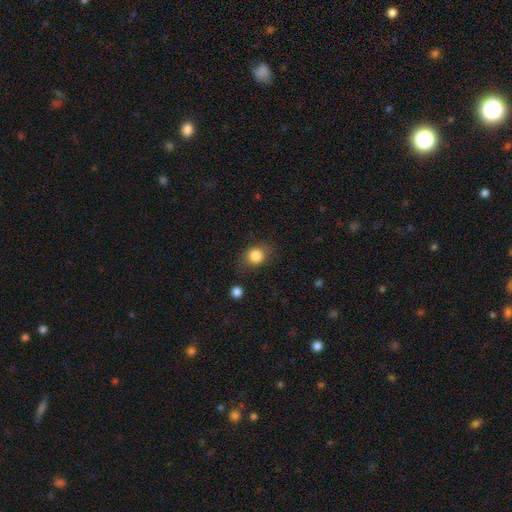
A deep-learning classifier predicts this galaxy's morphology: Smooth or featured? Predicted: smooth (p=0.84). How rounded? Predicted: round (p=0.64). Merging? Predicted: none (p=0.73).